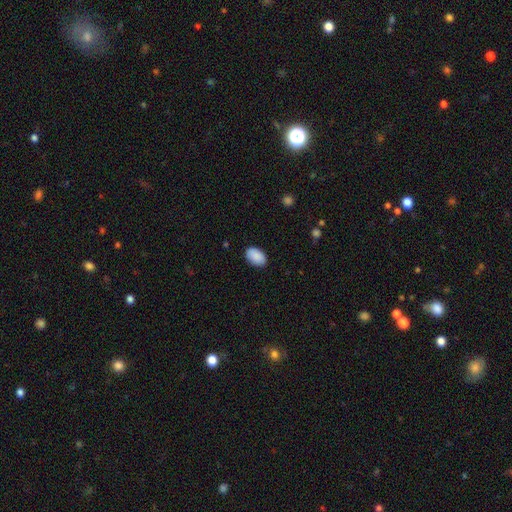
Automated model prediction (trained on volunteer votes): The model was most divided on "merging": none: 87%, minor disturbance: 10%, major disturbance: 2%, merger: 1%. More confident: how rounded — in between (91%); smooth or featured — smooth (90%).